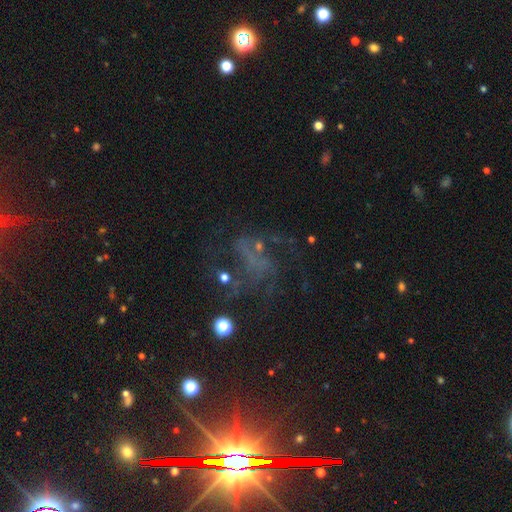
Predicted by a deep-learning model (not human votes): Smooth or featured?
  - featured or disk: 51% *
  - star or artifact: 32%
  - smooth: 17%
Edge-on disk?
  - no: 96% *
  - yes: 4%
Merging?
  - none: 42% *
  - major disturbance: 35%
  - minor disturbance: 16%
  - merger: 6%